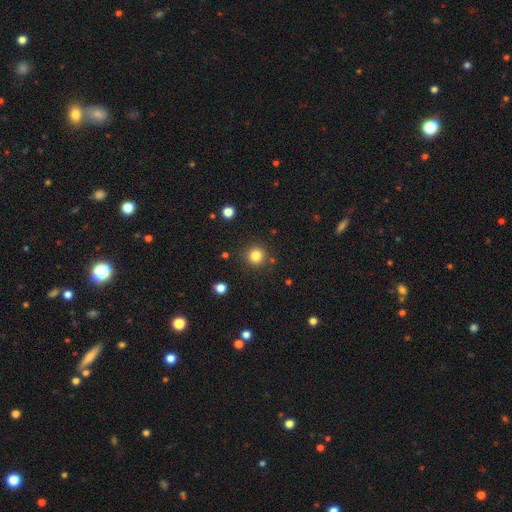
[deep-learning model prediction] Smooth or featured? Predicted: smooth (p=0.82). How rounded? Predicted: round (p=0.94). Merging? Predicted: none (p=0.87).